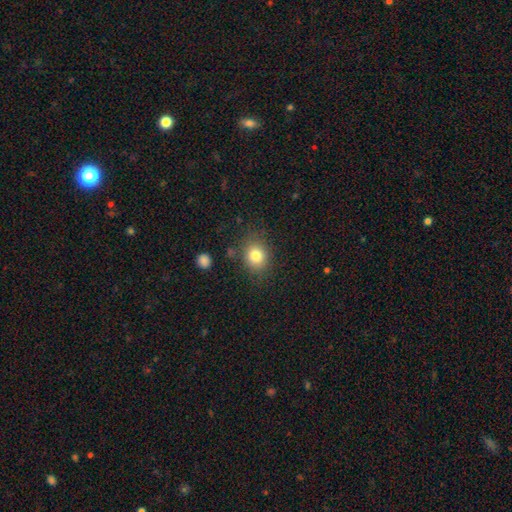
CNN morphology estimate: Smooth or featured? Predicted: smooth (p=0.81). How rounded? Predicted: round (p=0.56). Merging? Predicted: none (p=0.80).